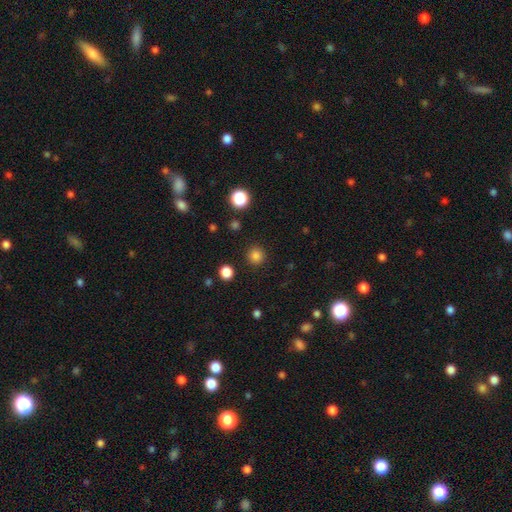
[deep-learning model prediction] Smooth or featured? smooth (83%)
How rounded? round (95%)
Merging? none (91%)